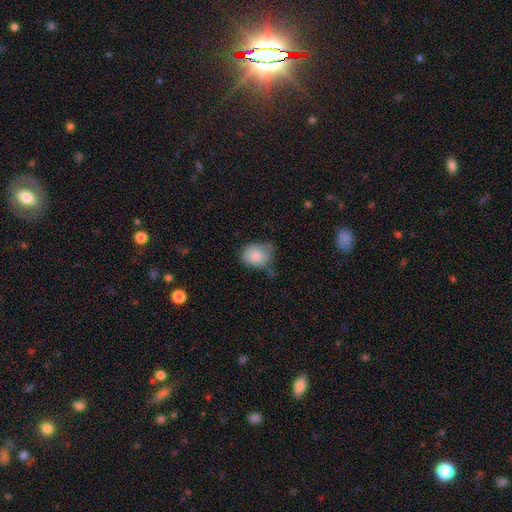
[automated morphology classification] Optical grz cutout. It shows a smooth galaxy with no disk features (85%) that is in between round and cigar-shaped (57%). Merging: minor disturbance (41%).